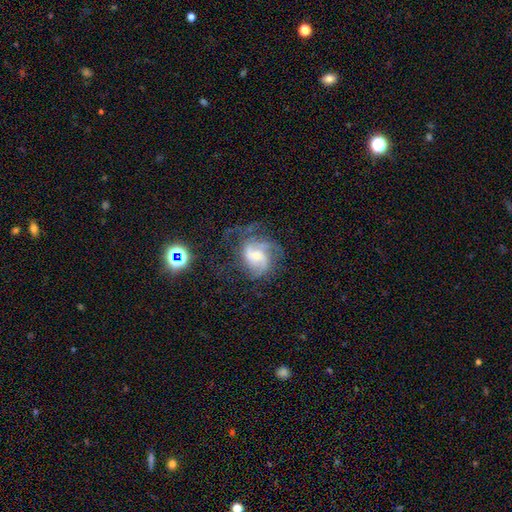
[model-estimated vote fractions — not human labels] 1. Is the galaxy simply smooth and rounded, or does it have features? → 78% featured or disk, 14% smooth, 8% star or artifact.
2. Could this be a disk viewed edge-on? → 98% no, 2% yes.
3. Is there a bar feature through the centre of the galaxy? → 53% no, 38% weak, 9% strong.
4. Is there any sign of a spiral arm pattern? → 93% yes, 7% no.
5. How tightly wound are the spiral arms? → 47% medium, 27% loose, 26% tight.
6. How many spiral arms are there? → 38% 2, 24% 3, 22% can't tell, 7% 1, 6% 4, 4% more than 4.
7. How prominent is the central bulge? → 47% small, 42% moderate, 6% large, 4% none, 1% dominant.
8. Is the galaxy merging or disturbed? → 46% none, 30% major disturbance, 21% minor disturbance, 3% merger.